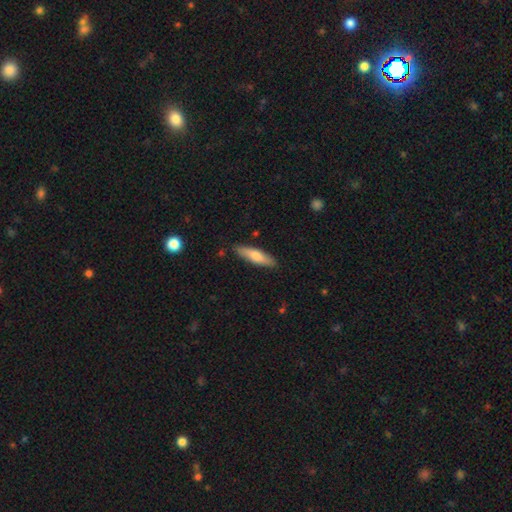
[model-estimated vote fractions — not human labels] Morphology: type=smooth (70%); roundness=cigar-shaped (69%); merging=none (87%).